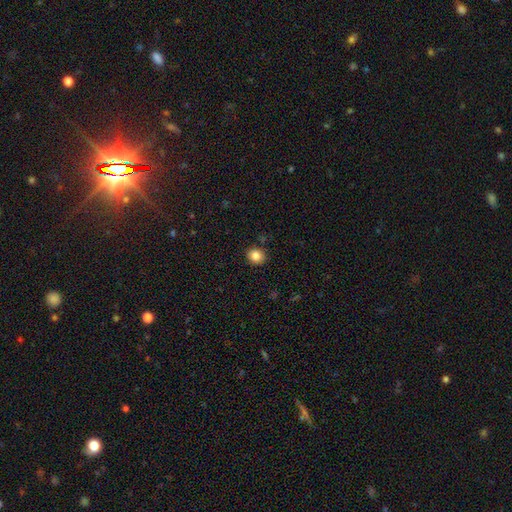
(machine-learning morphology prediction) Smooth or featured? Predicted: smooth (p=0.83). How rounded? Predicted: round (p=0.72). Merging? Predicted: none (p=0.89).